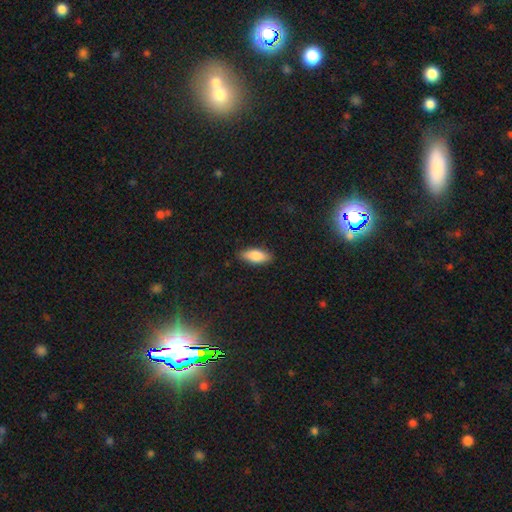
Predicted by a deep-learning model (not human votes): Q: Smooth or featured?
A: smooth (85%); runner-up: featured or disk (9%)
Q: How rounded?
A: in between (80%); runner-up: cigar-shaped (18%)
Q: Merging?
A: none (87%); runner-up: minor disturbance (10%)